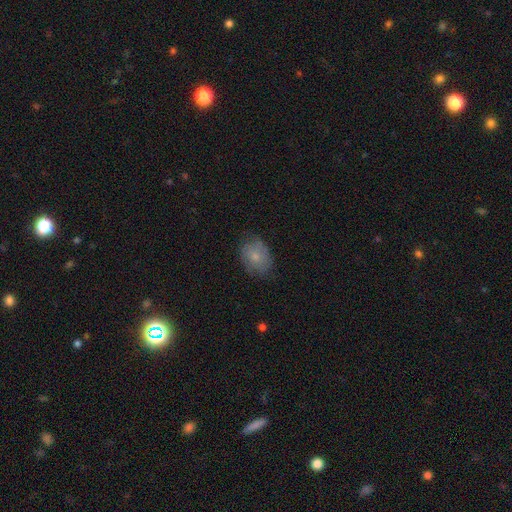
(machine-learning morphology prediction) A smooth galaxy with no disk features (68%) that is in between round and cigar-shaped (63%). Merging: none (67%).